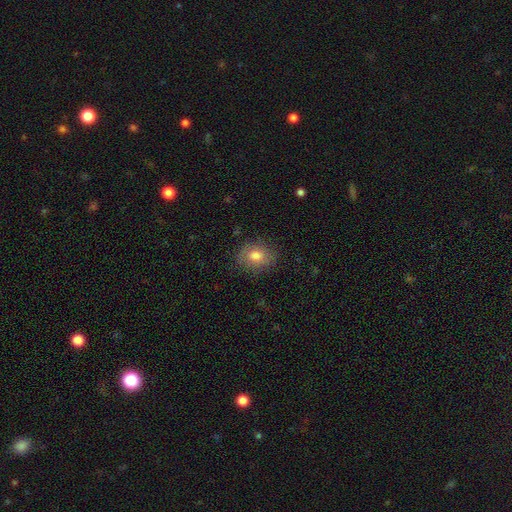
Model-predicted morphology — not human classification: This is likely a smooth galaxy (75%). How rounded: likely in between (67%). Merging: likely none (78%).